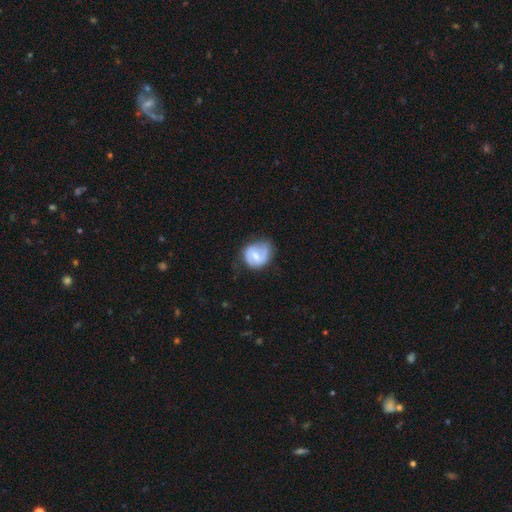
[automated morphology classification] This appears to be a featured or disk galaxy (58%) with a weak bar (53%), spiral arms (74%) and a moderate central bulge (62%). Merging: none (60%).